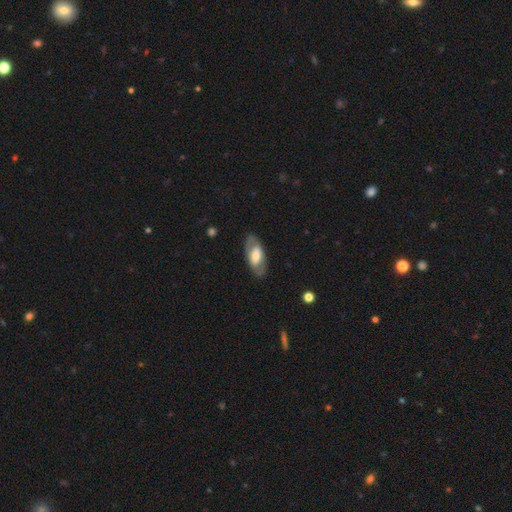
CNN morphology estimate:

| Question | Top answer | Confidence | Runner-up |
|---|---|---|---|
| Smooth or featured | featured or disk | 52% | smooth (42%) |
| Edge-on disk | no | 84% | yes (16%) |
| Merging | none | 82% | minor disturbance (12%) |